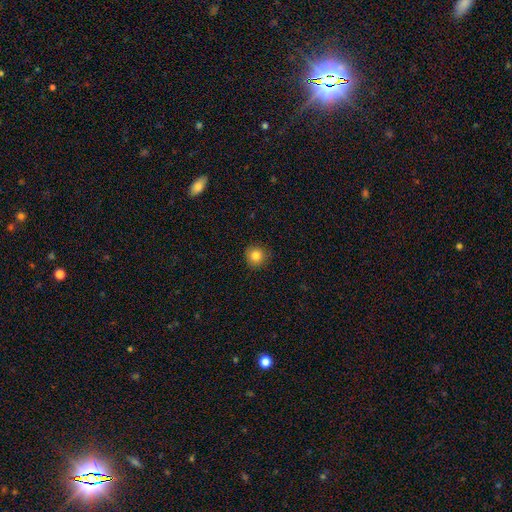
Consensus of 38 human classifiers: Morphology: type=smooth (89%); roundness=round (97%); merging=none (89%).